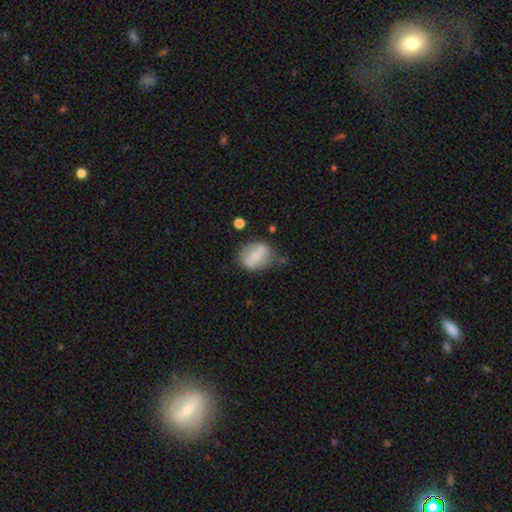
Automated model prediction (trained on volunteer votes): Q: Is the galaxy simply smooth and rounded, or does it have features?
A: smooth — 62%.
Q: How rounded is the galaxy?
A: in between — 65%.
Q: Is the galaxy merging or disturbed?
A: none — 57%.